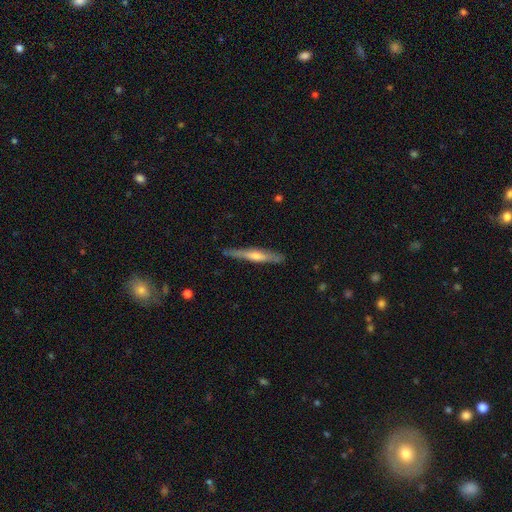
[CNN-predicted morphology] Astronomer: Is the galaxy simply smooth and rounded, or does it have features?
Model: featured or disk — 64%.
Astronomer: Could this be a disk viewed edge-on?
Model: yes — 96%.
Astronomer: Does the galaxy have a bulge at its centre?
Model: rounded — 70%.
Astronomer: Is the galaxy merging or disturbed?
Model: none — 86%.